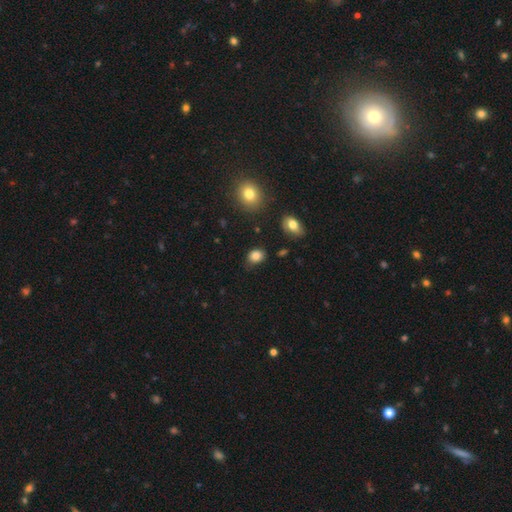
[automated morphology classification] type=smooth (84%); roundness=in between (59%); merging=none (78%).